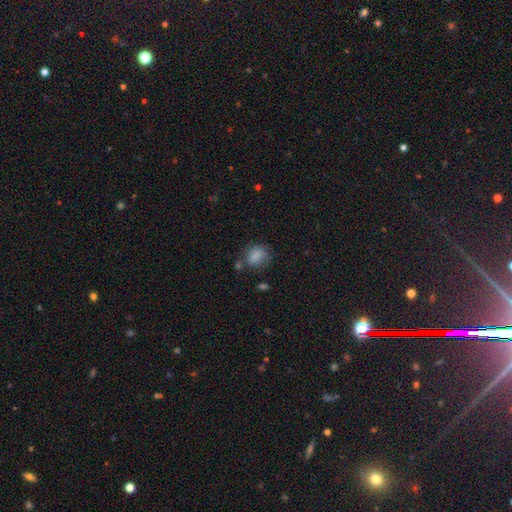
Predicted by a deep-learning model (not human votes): smooth-or-featured: smooth: 82% | star or artifact: 10% | featured or disk: 8%
  how-rounded: round: 52% | in between: 46% | cigar-shaped: 1%
  merging: none: 59% | minor disturbance: 24% | major disturbance: 9% | merger: 8%